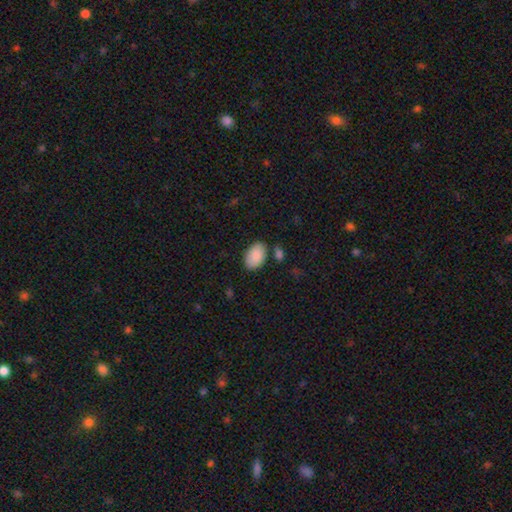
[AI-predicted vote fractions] Smooth or featured: smooth — 90% (star or artifact — 6%)
How rounded: in between — 91% (round — 8%)
Merging: none — 76% (minor disturbance — 14%)